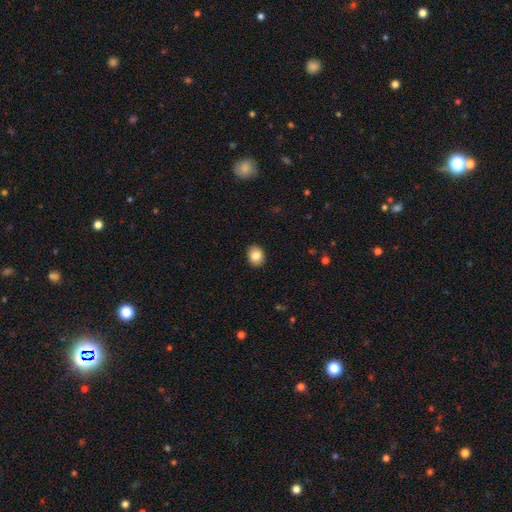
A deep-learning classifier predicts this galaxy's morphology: smooth_or_featured: smooth (p=0.85) [alt: star or artifact p=0.09]
how_rounded: round (p=0.53) [alt: in between p=0.46]
merging: none (p=0.91) [alt: minor disturbance p=0.07]